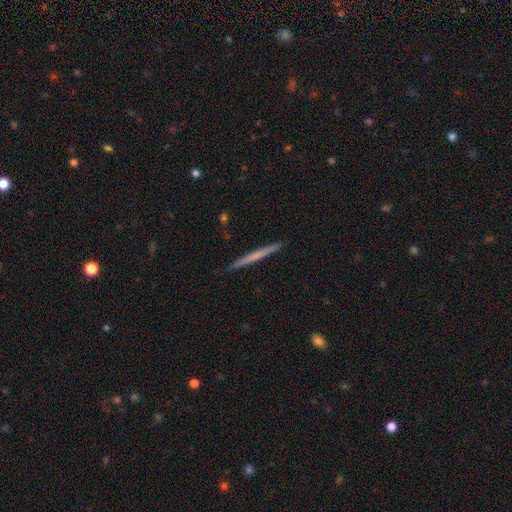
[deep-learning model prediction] A featured or disk galaxy (53%) viewed edge-on (98%) with no central bulge (78%).

Vote fractions:
- Smooth or featured? featured or disk: 53% / smooth: 42% / star or artifact: 5%
- Edge-on disk? yes: 98% / no: 2%
- Edge-on bulge? none: 78% / rounded: 17% / boxy: 5%
- Merging? none: 92% / minor disturbance: 6% / major disturbance: 1% / merger: 1%